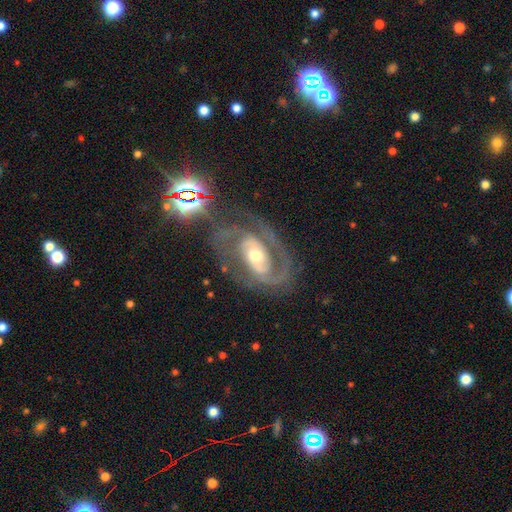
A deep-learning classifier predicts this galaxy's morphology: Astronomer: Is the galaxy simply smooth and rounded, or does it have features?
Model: featured or disk — 89%.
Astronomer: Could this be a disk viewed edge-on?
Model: no — 97%.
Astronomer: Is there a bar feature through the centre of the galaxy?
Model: no — 43% (runner-up: weak, 34%).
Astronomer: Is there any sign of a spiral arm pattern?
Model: yes — 95%.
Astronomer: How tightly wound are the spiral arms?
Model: medium — 47% (runner-up: tight, 41%).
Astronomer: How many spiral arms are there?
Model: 2 — 74%.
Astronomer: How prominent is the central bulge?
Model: moderate — 69%.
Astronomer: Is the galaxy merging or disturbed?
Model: none — 62%.